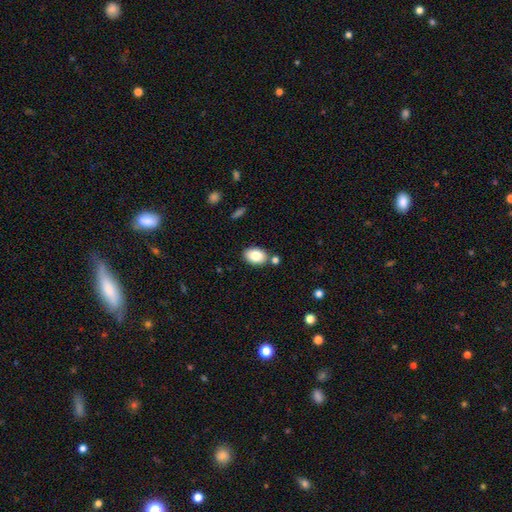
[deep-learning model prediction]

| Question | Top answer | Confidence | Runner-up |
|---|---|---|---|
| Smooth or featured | smooth | 86% | star or artifact (7%) |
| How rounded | in between | 86% | round (12%) |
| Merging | none | 78% | minor disturbance (11%) |